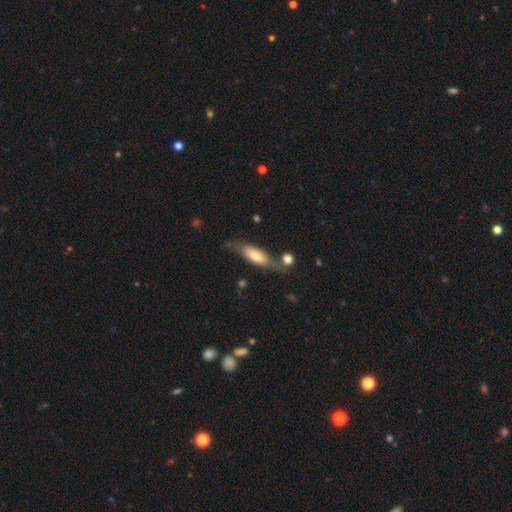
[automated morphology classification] This is possibly a smooth galaxy (59%). How rounded: likely in between (62%). Merging: possibly none (51%).